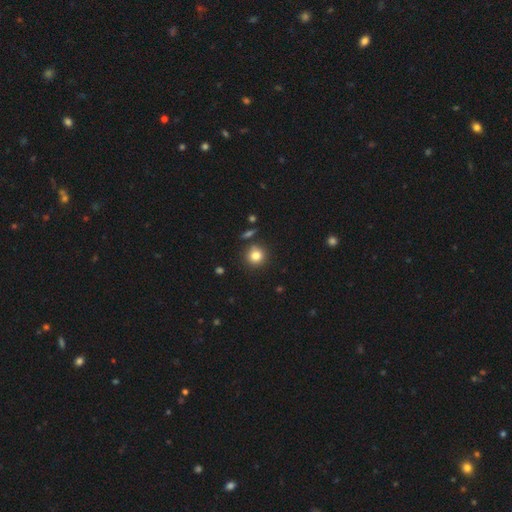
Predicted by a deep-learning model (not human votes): smooth_or_featured: smooth (p=0.82) [alt: star or artifact p=0.11]
how_rounded: round (p=0.91) [alt: in between p=0.08]
merging: none (p=0.84) [alt: minor disturbance p=0.09]